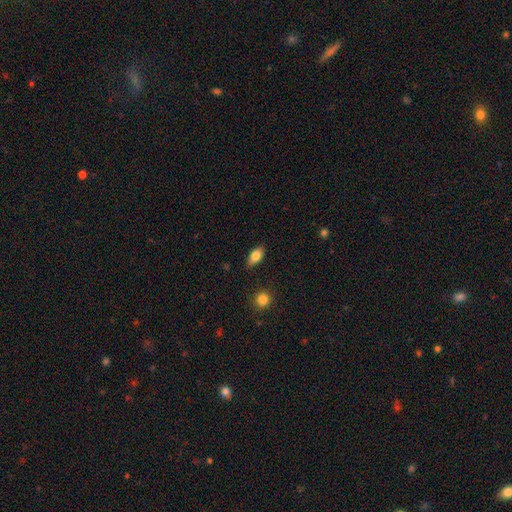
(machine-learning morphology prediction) type=smooth (81%); roundness=in between (89%); merging=none (87%).